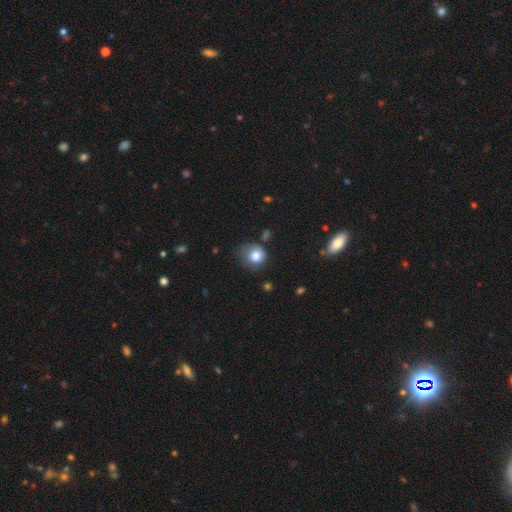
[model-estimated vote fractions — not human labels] A smooth galaxy with no disk features (81%) that is round (75%). Merging: none (46%).